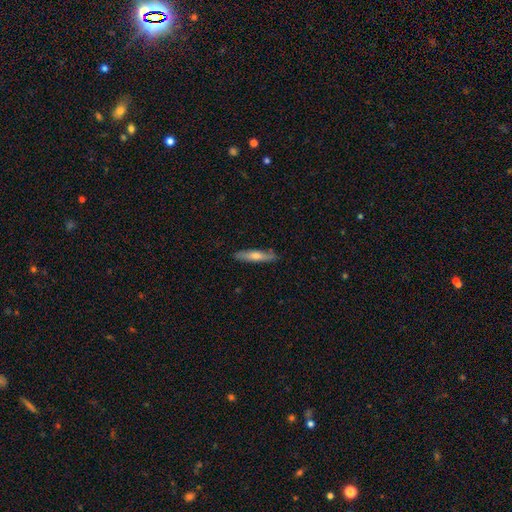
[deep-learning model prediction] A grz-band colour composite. It shows a smooth galaxy with no disk features (55%) that is cigar-shaped (87%). Merging: none (85%).